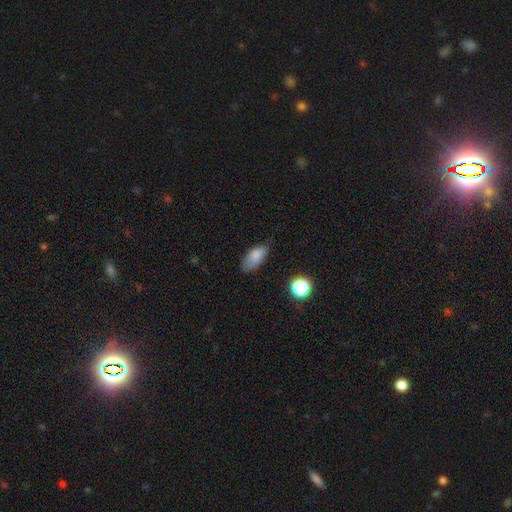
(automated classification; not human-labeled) Smooth or featured? Predicted: smooth (p=0.82). How rounded? Predicted: in between (p=0.88). Merging? Predicted: none (p=0.62).